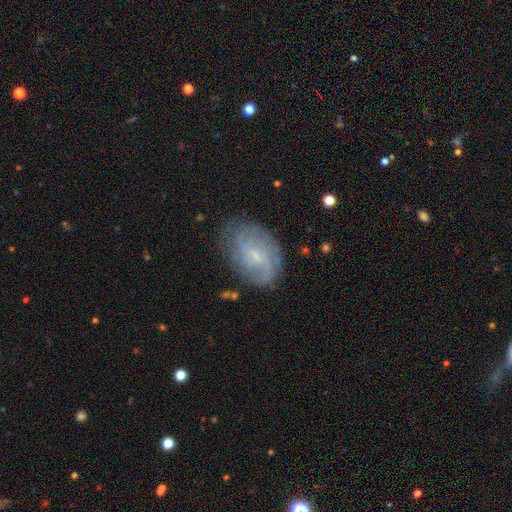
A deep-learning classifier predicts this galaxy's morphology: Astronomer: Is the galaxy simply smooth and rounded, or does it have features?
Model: featured or disk — 68%.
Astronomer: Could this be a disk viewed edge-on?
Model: no — 97%.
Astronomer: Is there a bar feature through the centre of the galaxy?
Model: weak — 50% (runner-up: no, 42%).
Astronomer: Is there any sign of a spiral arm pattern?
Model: yes — 87%.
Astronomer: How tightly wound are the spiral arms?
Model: medium — 39% (runner-up: tight, 35%).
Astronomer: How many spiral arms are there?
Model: can't tell — 40% (runner-up: 2, 31%).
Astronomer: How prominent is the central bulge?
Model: small — 63%.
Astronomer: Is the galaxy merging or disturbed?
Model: none — 69%.